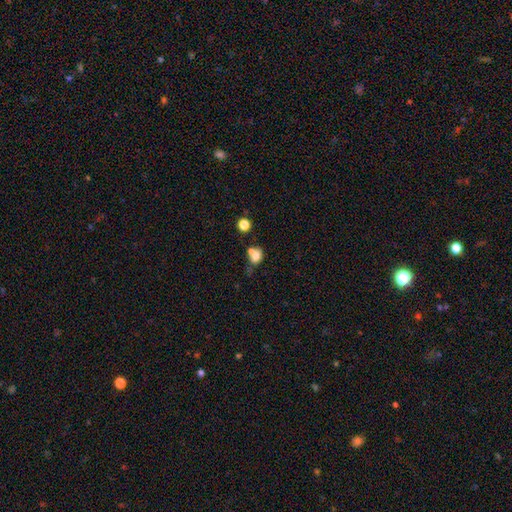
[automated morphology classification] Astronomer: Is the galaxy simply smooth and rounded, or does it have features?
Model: smooth — 72%.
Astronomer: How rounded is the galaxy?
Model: in between — 52% (runner-up: round, 47%).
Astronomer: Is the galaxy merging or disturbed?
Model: merger — 44% (runner-up: none, 34%).